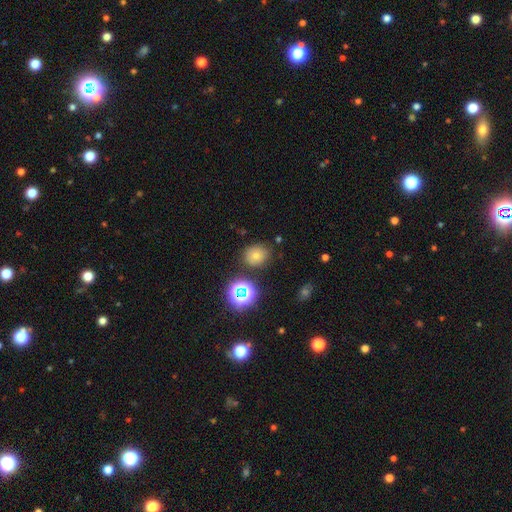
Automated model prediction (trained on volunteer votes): A smooth galaxy with no disk features (59%) that is round (80%). Merging: none (83%).